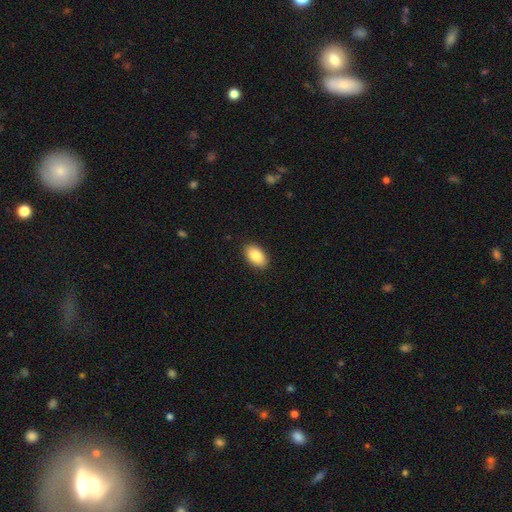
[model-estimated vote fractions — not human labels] Smooth or featured? smooth (88%)
How rounded? in between (94%)
Merging? none (89%)